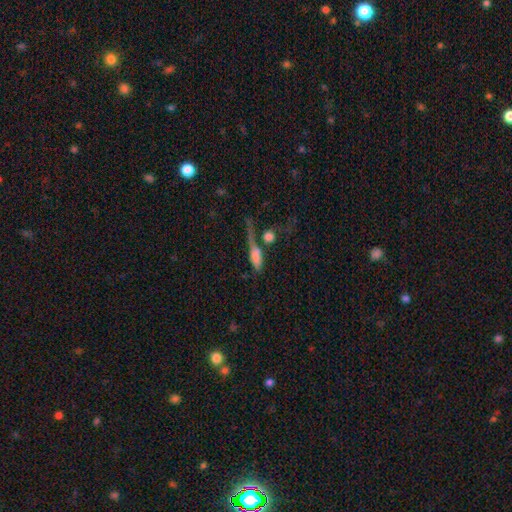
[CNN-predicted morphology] smooth-or-featured: smooth: 68% | featured or disk: 20% | star or artifact: 11%
  how-rounded: in between: 51% | cigar-shaped: 40% | round: 9%
  merging: merger: 33% (tied) | none: 33% (tied) | major disturbance: 18% | minor disturbance: 15%